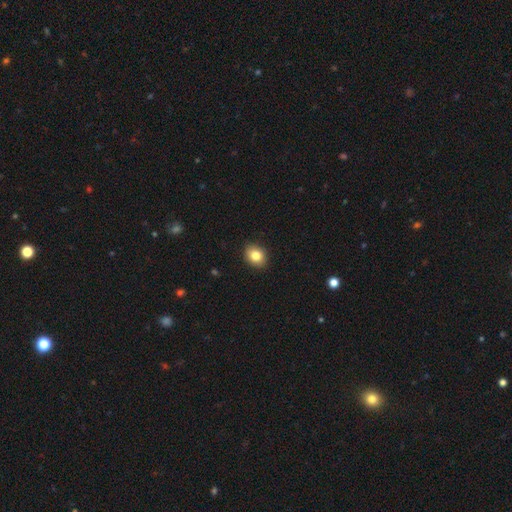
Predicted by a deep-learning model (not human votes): smooth-or-featured: smooth: 84% | star or artifact: 9% | featured or disk: 7%
  how-rounded: in between: 50% | round: 49% | cigar-shaped: 1%
  merging: none: 90% | minor disturbance: 8% | major disturbance: 2% | merger: 1%